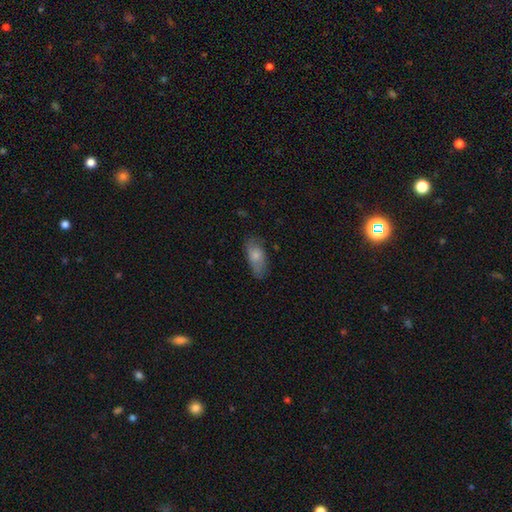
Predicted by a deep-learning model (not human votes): Q: Smooth or featured?
A: smooth (72%); runner-up: featured or disk (21%)
Q: How rounded?
A: in between (88%); runner-up: cigar-shaped (9%)
Q: Merging?
A: none (66%); runner-up: minor disturbance (25%)